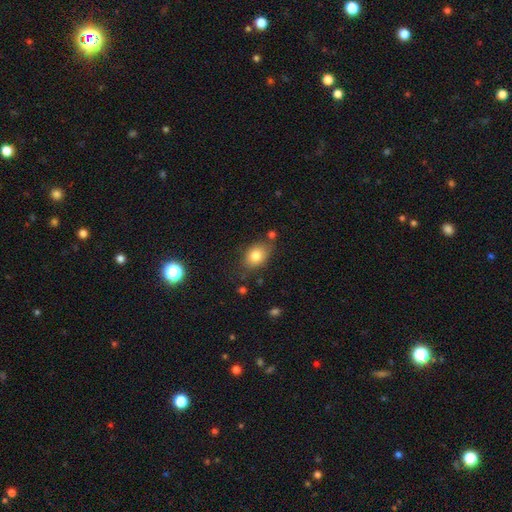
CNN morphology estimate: Overall: smooth (81%). How rounded: in between (73%). Merging: none (69%).